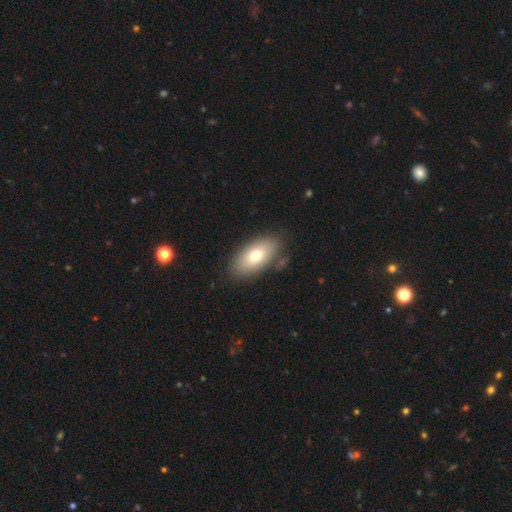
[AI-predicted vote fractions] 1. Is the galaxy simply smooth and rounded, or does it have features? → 74% smooth, 18% featured or disk, 7% star or artifact.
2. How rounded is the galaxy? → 92% in between, 5% cigar-shaped, 3% round.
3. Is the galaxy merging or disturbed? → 82% none, 12% minor disturbance, 3% major disturbance, 3% merger.